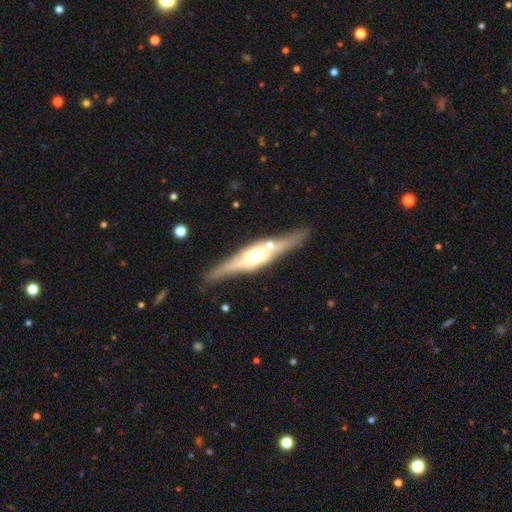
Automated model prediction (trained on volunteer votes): A featured or disk galaxy (74%) viewed edge-on (94%) with a rounded central bulge (85%). Merging: none (80%).